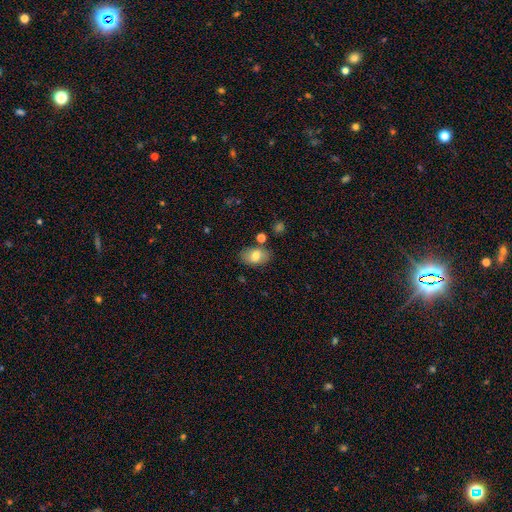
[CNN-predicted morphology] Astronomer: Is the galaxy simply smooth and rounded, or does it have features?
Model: smooth — 74%.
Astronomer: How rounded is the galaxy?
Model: in between — 89%.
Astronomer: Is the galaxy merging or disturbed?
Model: none — 78%.